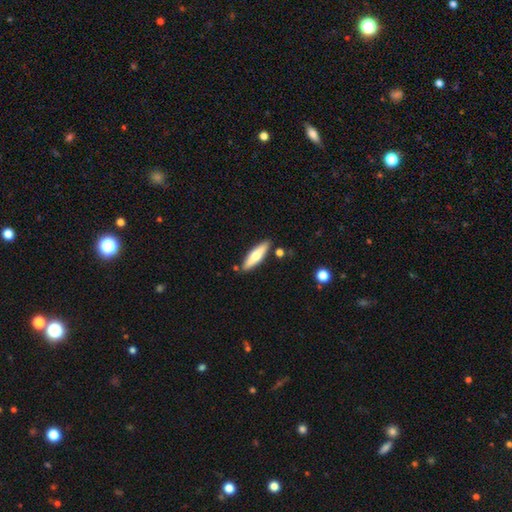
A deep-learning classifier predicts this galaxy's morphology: type=smooth (61%); roundness=cigar-shaped (70%); merging=none (84%).